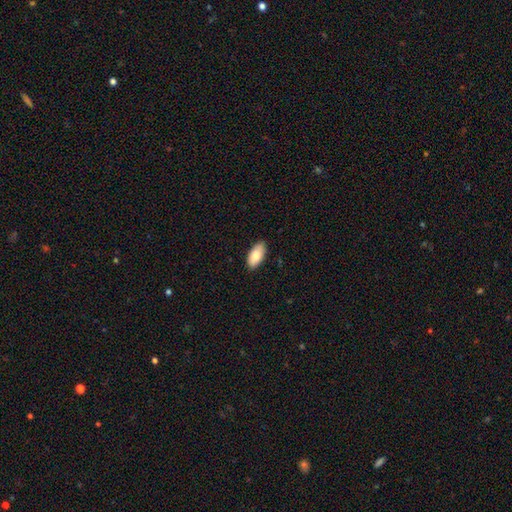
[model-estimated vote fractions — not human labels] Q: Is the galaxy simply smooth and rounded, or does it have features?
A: smooth — 83%.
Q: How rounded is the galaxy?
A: in between — 92%.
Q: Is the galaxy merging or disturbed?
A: none — 86%.